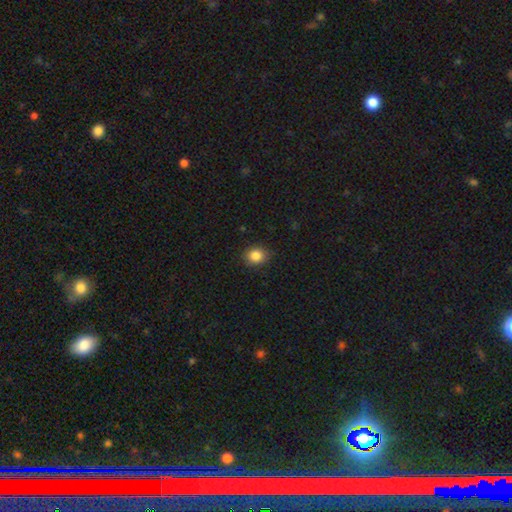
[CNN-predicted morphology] This appears to be a smooth galaxy with no disk features (86%) that is round (69%). Merging: none (87%).